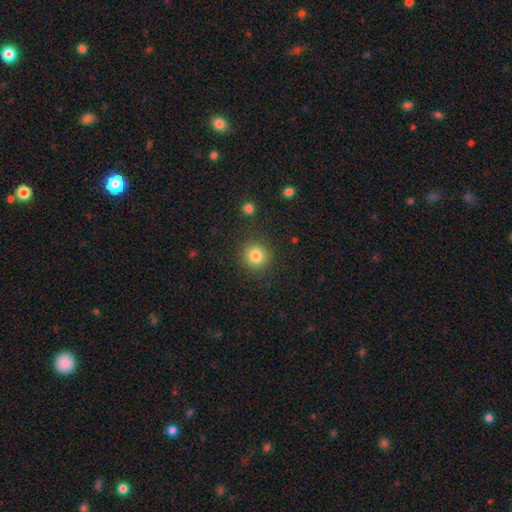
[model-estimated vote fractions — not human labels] smooth_or_featured: smooth (p=0.83) [alt: star or artifact p=0.11]
how_rounded: round (p=0.91) [alt: in between p=0.08]
merging: none (p=0.87) [alt: minor disturbance p=0.08]